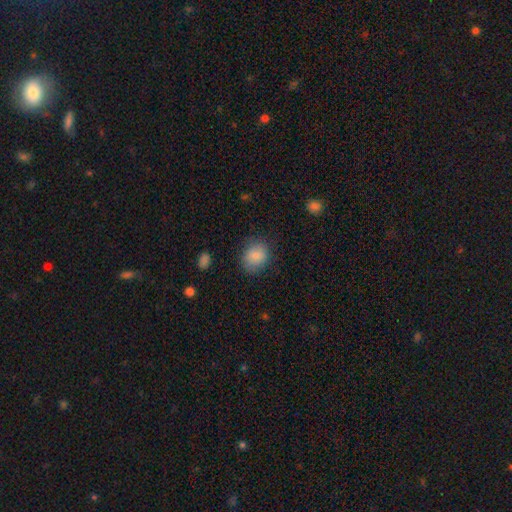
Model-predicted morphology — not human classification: Overall: smooth (82%). How rounded: round (56%; in between 43%). Merging: none (80%).